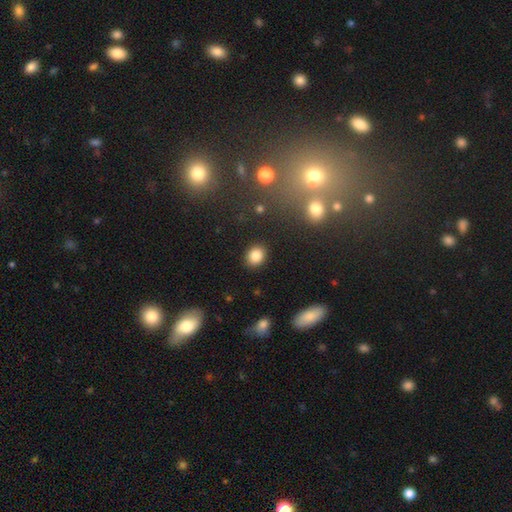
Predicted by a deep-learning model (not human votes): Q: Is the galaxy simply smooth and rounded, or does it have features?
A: smooth — 85%.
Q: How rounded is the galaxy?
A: round — 61%.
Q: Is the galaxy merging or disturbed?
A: none — 88%.